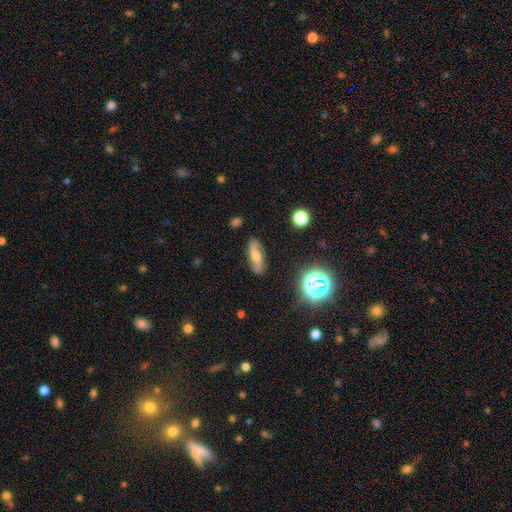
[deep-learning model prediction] Smooth or featured? Predicted: featured or disk (p=0.58). Edge-on disk? Predicted: no (p=0.81). Merging? Predicted: none (p=0.83).